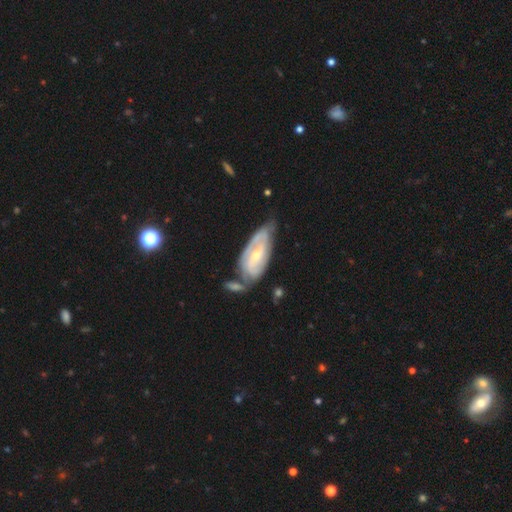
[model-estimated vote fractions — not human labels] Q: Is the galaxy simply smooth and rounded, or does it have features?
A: featured or disk — 74%.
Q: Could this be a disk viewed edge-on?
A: no — 91%.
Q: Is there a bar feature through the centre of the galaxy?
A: no — 46%.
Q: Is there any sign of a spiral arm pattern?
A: yes — 82%.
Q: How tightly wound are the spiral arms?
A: tight — 59%.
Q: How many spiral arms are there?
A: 2 — 43%.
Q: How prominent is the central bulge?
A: small — 52%.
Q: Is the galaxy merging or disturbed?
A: none — 44%.